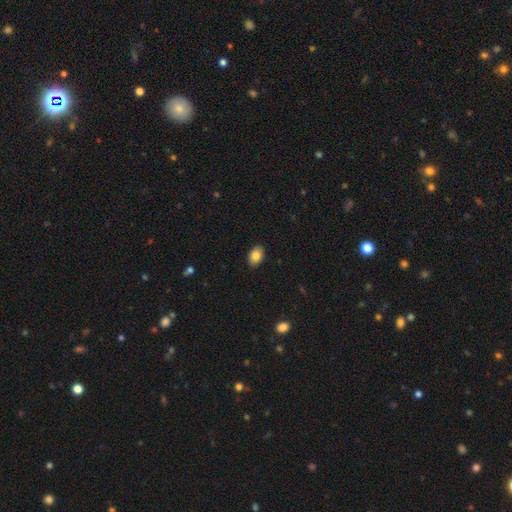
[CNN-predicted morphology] Smooth or featured?
  - smooth: 85% *
  - featured or disk: 8%
  - star or artifact: 7%
How rounded?
  - in between: 89% *
  - round: 9%
  - cigar-shaped: 1%
Merging?
  - none: 89% *
  - minor disturbance: 8%
  - major disturbance: 2%
  - merger: 1%